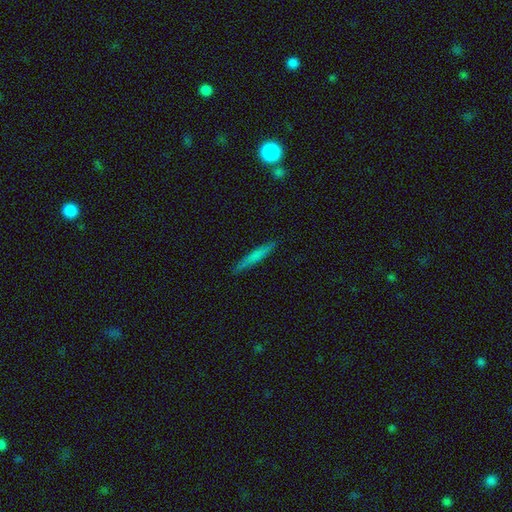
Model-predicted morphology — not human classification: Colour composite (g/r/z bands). It shows a smooth galaxy with no disk features (66%) that is cigar-shaped (94%). Merging: none (88%).